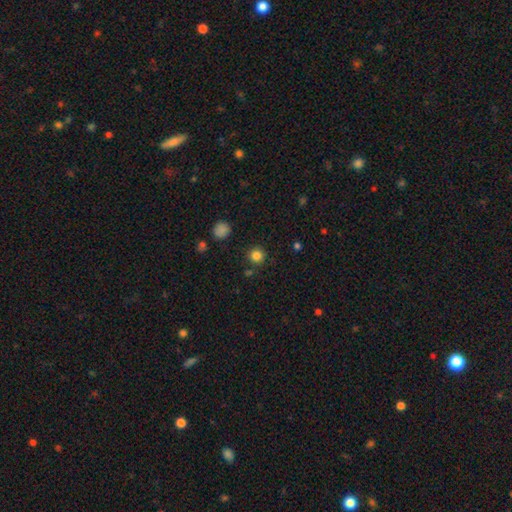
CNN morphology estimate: The model was most divided on "smooth or featured": smooth: 82%, star or artifact: 13%, featured or disk: 4%. More confident: how rounded — round (93%); merging — none (86%).